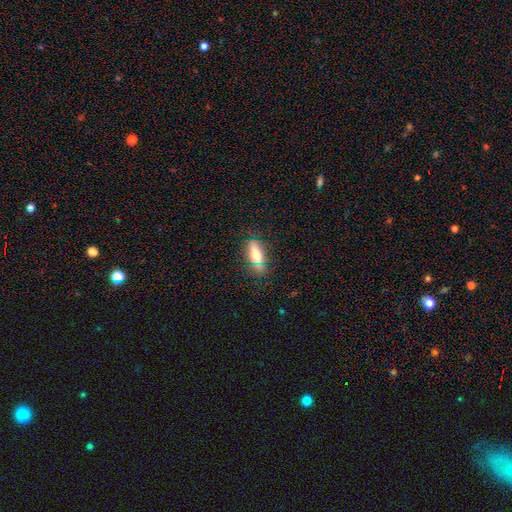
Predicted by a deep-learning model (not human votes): This appears to be a smooth galaxy with no disk features (65%) that is in between round and cigar-shaped (66%). Merging: none (75%).